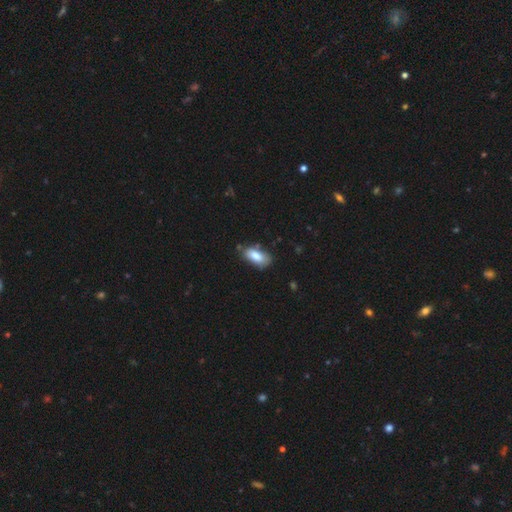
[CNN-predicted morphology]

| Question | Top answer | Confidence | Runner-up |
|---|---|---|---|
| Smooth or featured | smooth | 82% | featured or disk (11%) |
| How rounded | in between | 90% | cigar-shaped (7%) |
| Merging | none | 68% | minor disturbance (23%) |